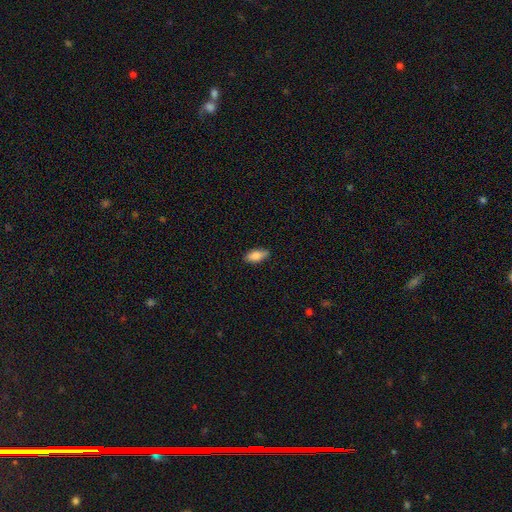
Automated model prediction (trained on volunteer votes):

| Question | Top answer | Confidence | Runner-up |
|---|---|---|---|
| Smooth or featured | smooth | 83% | featured or disk (10%) |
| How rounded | in between | 87% | cigar-shaped (10%) |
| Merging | none | 83% | minor disturbance (14%) |